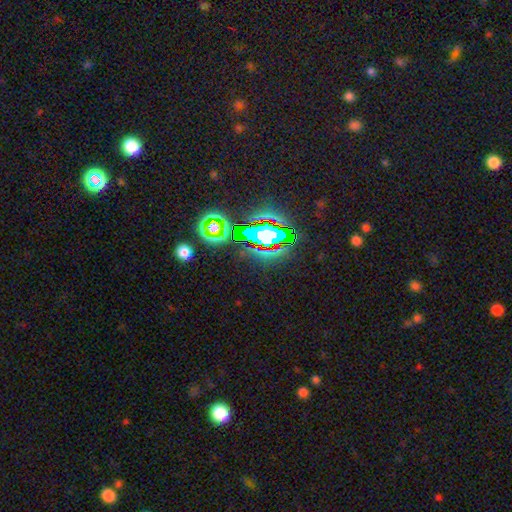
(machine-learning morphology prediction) star or artifact 77%, smooth 14%, featured or disk 9%.